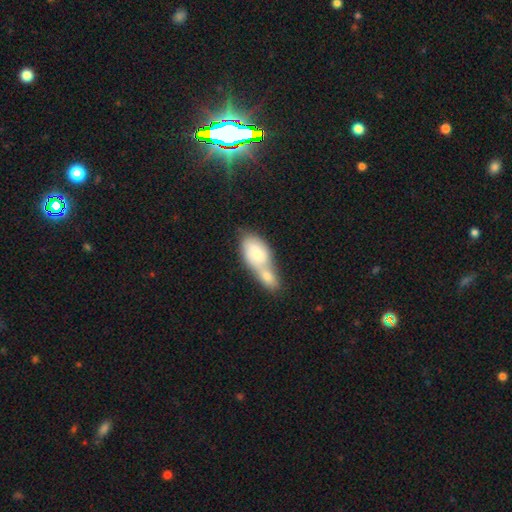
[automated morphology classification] type=smooth (56%); roundness=in between (73%); merging=merger (62%).